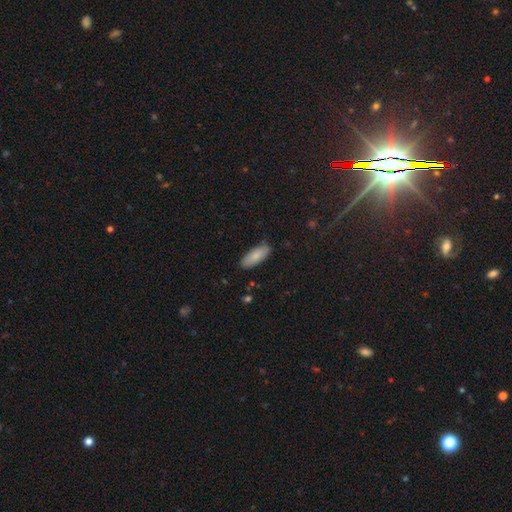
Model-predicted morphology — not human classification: This appears to be a smooth galaxy with no disk features (84%) that is in between round and cigar-shaped (74%). Merging: none (85%).